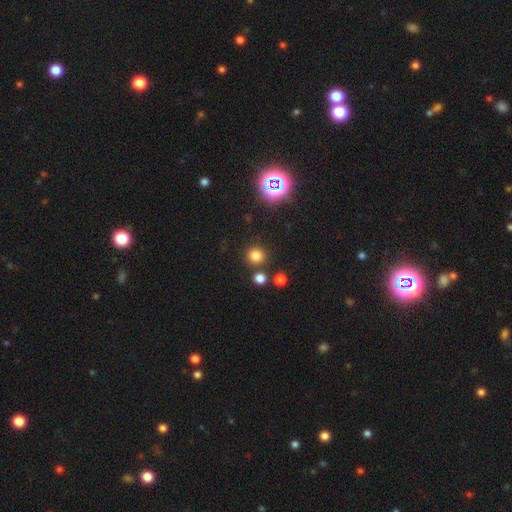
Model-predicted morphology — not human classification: This is likely a smooth galaxy (75%). How rounded: clearly round (91%). Merging: clearly none (82%).